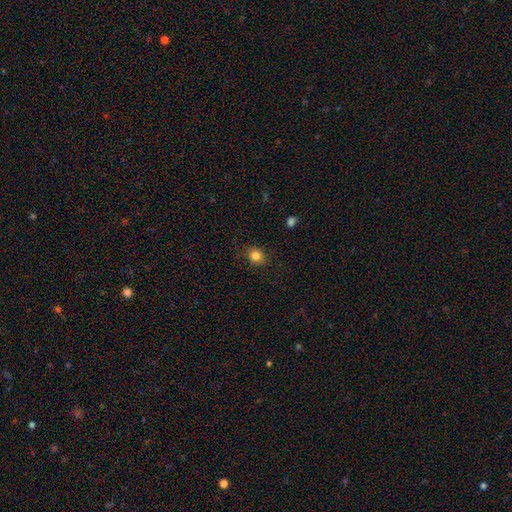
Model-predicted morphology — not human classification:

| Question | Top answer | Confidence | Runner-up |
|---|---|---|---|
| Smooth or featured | smooth | 83% | star or artifact (11%) |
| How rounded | round | 75% | in between (24%) |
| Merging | none | 86% | minor disturbance (10%) |